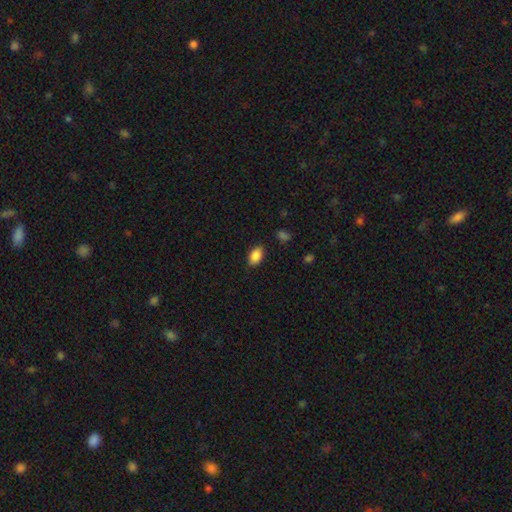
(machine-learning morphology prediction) smooth 88%, star or artifact 8%, featured or disk 5%. Down the decision tree: how rounded — in between (90%); merging — none (84%).